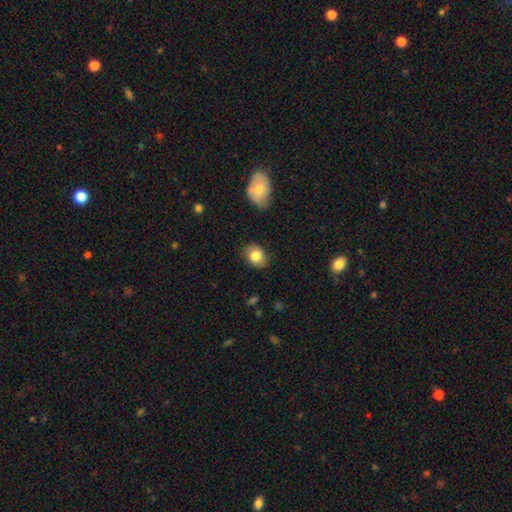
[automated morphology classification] This is clearly a smooth galaxy (81%). How rounded: likely in between (61%). Merging: clearly none (80%).